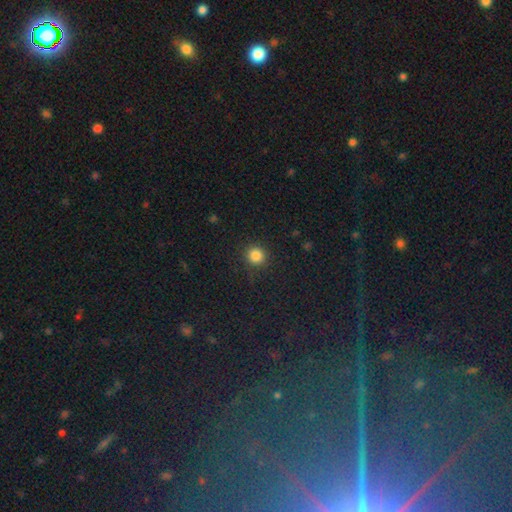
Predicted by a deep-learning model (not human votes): Smooth or featured?
  - smooth: 84% *
  - star or artifact: 12%
  - featured or disk: 4%
How rounded?
  - round: 94% *
  - in between: 5%
  - cigar-shaped: 1%
Merging?
  - none: 89% *
  - minor disturbance: 7%
  - major disturbance: 3%
  - merger: 1%